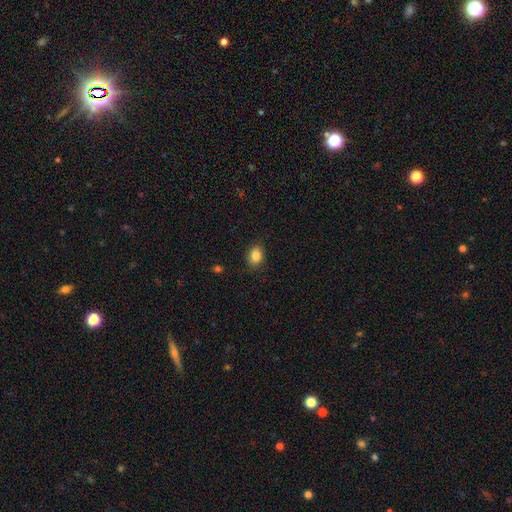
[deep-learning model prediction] smooth_or_featured: smooth (p=0.85) [alt: star or artifact p=0.09]
how_rounded: in between (p=0.55) [alt: round p=0.44]
merging: none (p=0.86) [alt: minor disturbance p=0.11]